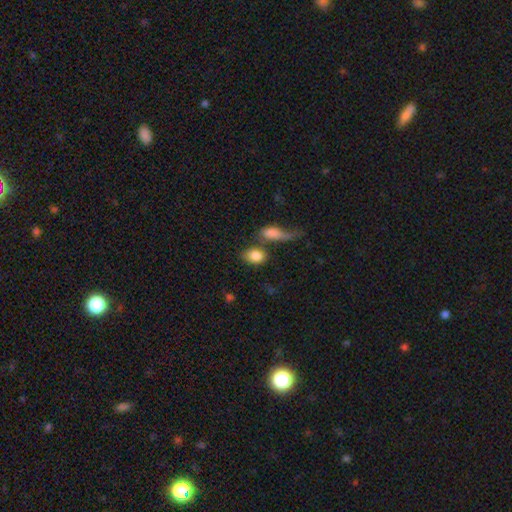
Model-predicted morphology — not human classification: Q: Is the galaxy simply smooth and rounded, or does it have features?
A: smooth — 84%.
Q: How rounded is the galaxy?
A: in between — 76%.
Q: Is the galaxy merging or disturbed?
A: none — 42%.